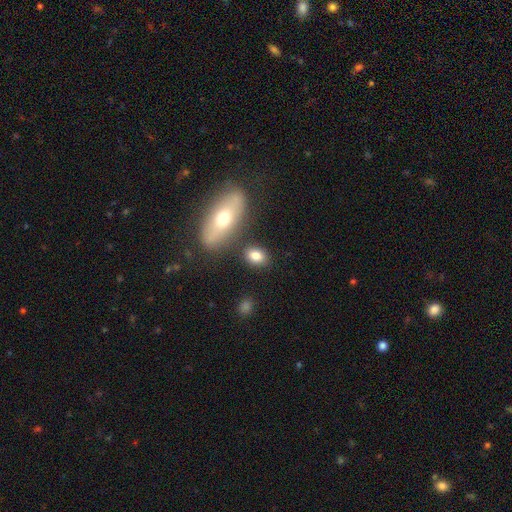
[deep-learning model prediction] smooth_or_featured: smooth (p=0.82) [alt: featured or disk p=0.09]
how_rounded: in between (p=0.79) [alt: round p=0.18]
merging: none (p=0.76) [alt: minor disturbance p=0.12]